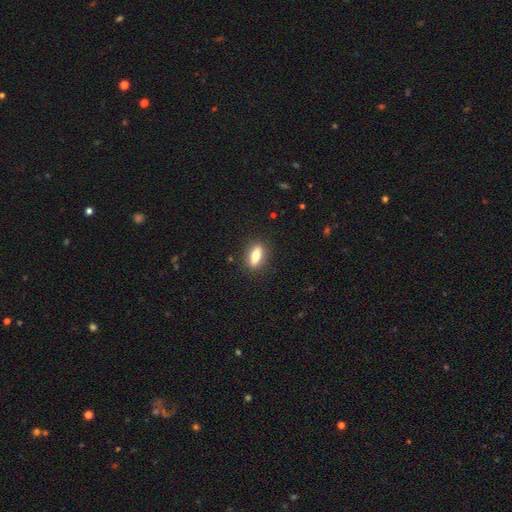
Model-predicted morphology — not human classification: smooth_or_featured: smooth (p=0.71) [alt: featured or disk p=0.22]
how_rounded: in between (p=0.66) [alt: cigar-shaped p=0.29]
merging: none (p=0.87) [alt: minor disturbance p=0.09]